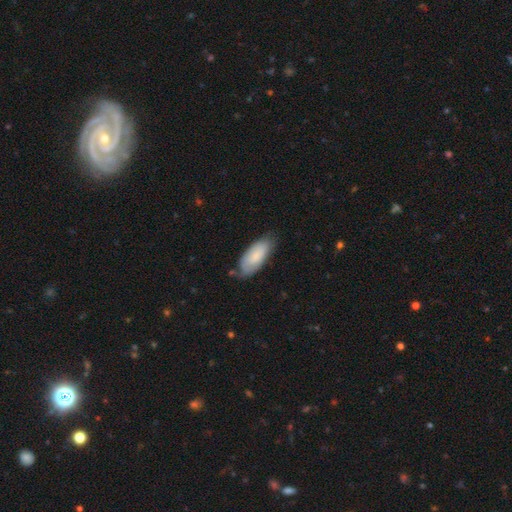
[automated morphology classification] This is likely a smooth galaxy (77%). How rounded: clearly in between (86%). Merging: likely none (63%).